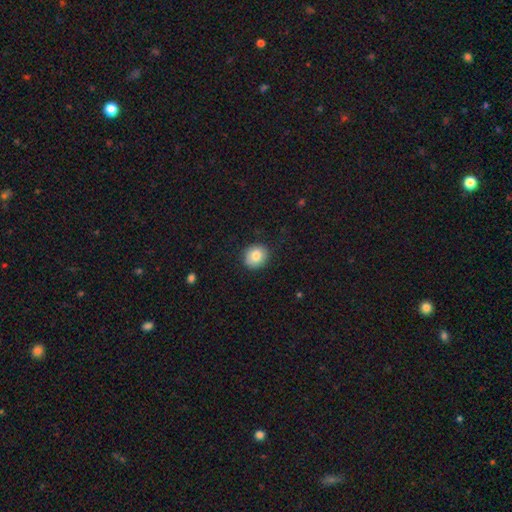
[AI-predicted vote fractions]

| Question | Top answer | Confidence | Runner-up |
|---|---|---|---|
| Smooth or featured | smooth | 83% | featured or disk (9%) |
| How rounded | round | 78% | in between (21%) |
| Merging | none | 87% | minor disturbance (9%) |